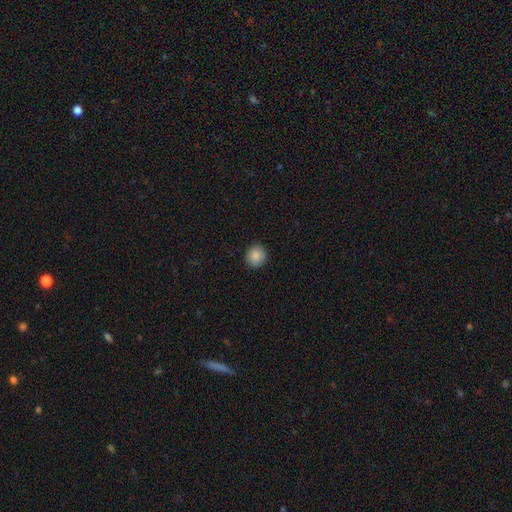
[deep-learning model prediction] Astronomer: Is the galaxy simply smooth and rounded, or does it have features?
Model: smooth — 87%.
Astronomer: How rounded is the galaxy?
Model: round — 89%.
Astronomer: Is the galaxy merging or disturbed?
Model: none — 89%.